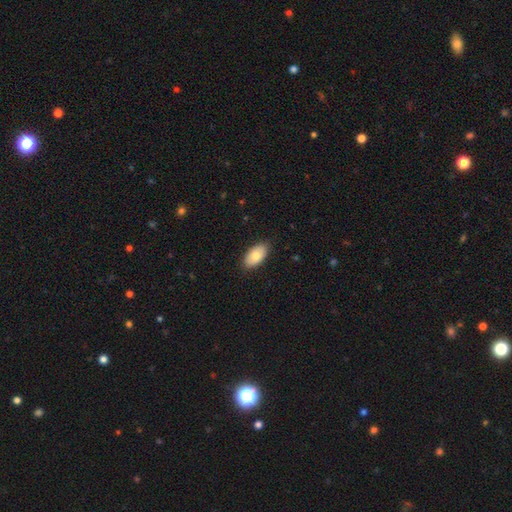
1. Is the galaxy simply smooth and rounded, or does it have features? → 68% smooth, 24% featured or disk, 8% star or artifact.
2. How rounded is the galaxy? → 96% in between, 4% cigar-shaped, 0% round.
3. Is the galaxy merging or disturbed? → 83% none, 14% minor disturbance, 3% major disturbance, 0% merger.